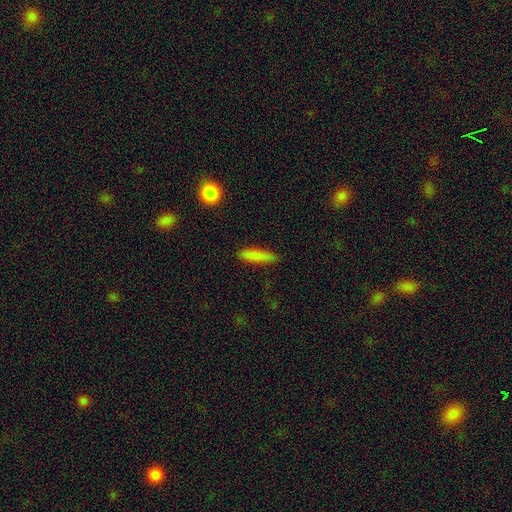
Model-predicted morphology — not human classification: A smooth galaxy with no disk features (84%) that is cigar-shaped (77%). Merging: none (87%).